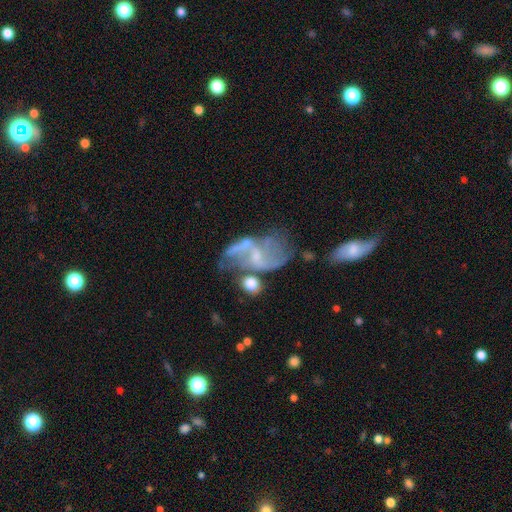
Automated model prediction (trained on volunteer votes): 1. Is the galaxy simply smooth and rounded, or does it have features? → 77% featured or disk, 13% smooth, 10% star or artifact.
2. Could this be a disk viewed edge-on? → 96% no, 4% yes.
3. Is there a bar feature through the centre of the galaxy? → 44% weak, 35% no, 20% strong.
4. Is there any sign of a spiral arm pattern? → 77% yes, 23% no.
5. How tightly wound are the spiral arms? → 70% loose, 23% medium, 7% tight.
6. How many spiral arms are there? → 77% 2, 12% can't tell, 5% 1, 3% 3, 2% 4, 2% more than 4.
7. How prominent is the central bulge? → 47% small, 32% none, 18% moderate, 2% large, 1% dominant.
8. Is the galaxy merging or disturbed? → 32% none, 26% major disturbance, 24% merger, 18% minor disturbance.